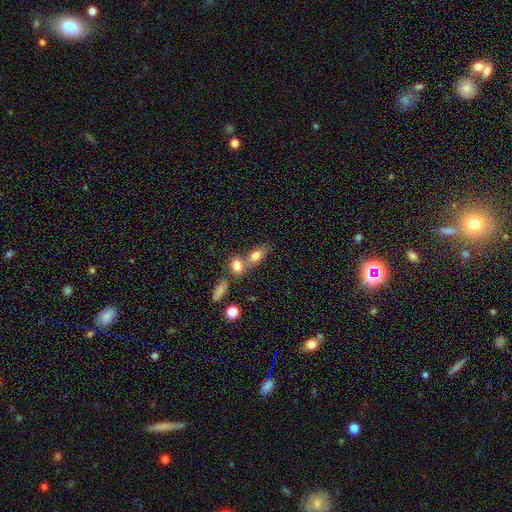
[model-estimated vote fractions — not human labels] This is likely a smooth galaxy (76%). How rounded: likely in between (76%). Merging: possibly merger (51%).